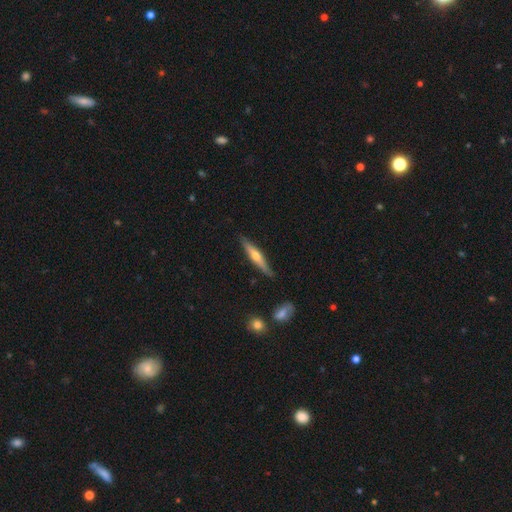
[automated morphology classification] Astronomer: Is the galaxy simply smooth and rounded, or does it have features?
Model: featured or disk — 58% (runner-up: smooth, 37%).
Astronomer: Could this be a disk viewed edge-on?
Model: yes — 95%.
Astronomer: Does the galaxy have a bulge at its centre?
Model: rounded — 87%.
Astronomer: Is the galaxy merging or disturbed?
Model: none — 86%.